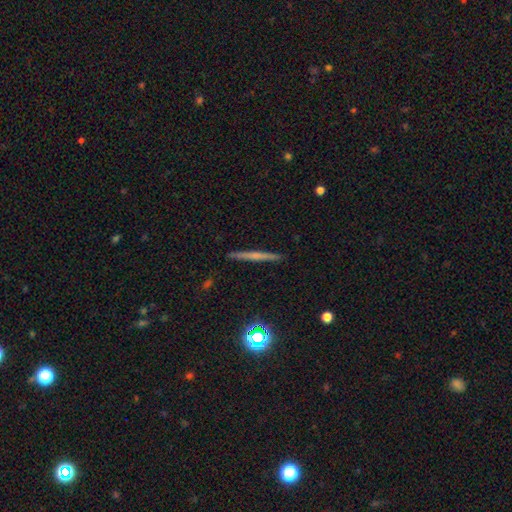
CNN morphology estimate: Smooth or featured? Predicted: featured or disk (p=0.48). Merging? Predicted: none (p=0.92).